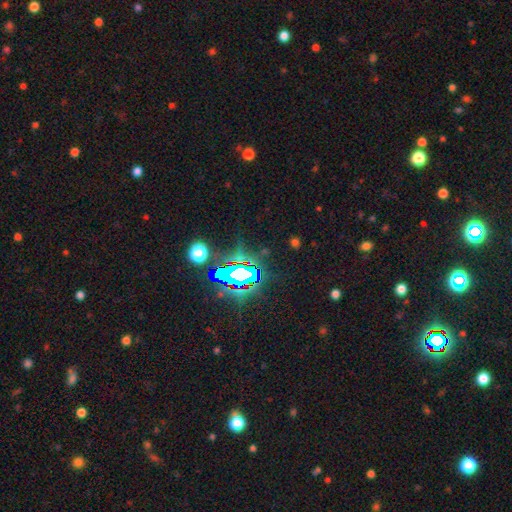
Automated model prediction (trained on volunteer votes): smooth-or-featured: star or artifact: 83% | smooth: 10% | featured or disk: 7%